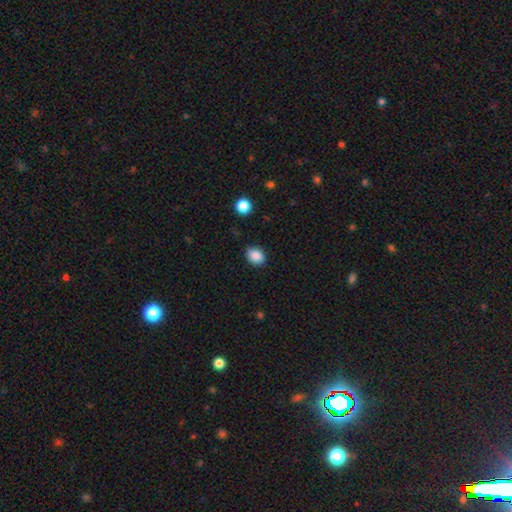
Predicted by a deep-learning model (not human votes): Q: Smooth or featured?
A: smooth (87%); runner-up: star or artifact (9%)
Q: How rounded?
A: in between (63%); runner-up: round (36%)
Q: Merging?
A: none (85%); runner-up: minor disturbance (11%)